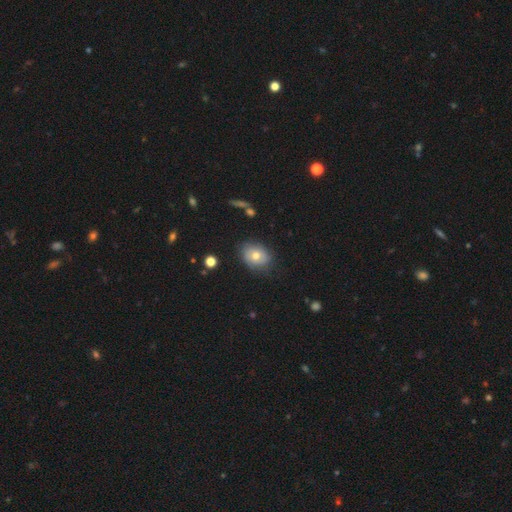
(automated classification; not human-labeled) smooth_or_featured: smooth (p=0.67) [alt: featured or disk p=0.23]
how_rounded: in between (p=0.50) [alt: round p=0.49]
merging: none (p=0.77) [alt: minor disturbance p=0.17]